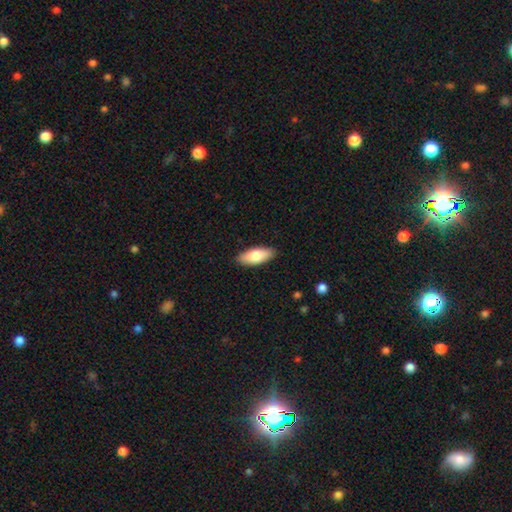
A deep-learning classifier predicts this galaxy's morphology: smooth-or-featured: smooth: 79% | featured or disk: 15% | star or artifact: 6%
  how-rounded: in between: 81% | cigar-shaped: 16% | round: 2%
  merging: none: 89% | minor disturbance: 9% | major disturbance: 2% | merger: 1%